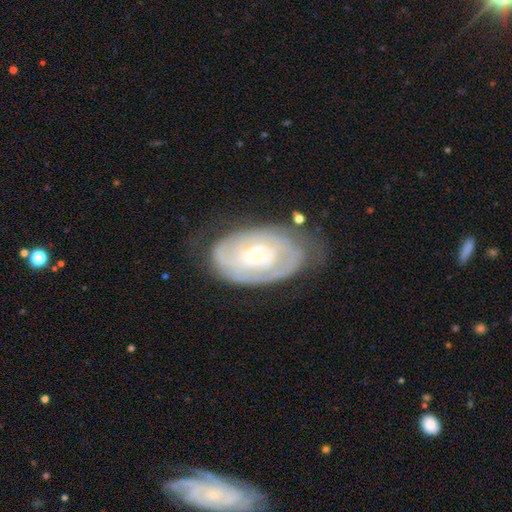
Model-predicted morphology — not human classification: featured or disk 79%, smooth 15%, star or artifact 5%. Down the decision tree: edge-on disk — no (96%); bar — no (66%); spiral arms — yes (87%); spiral arm count — can't tell (46%); spiral winding — tight (74%); bulge size — small (70%); merging — none (64%).